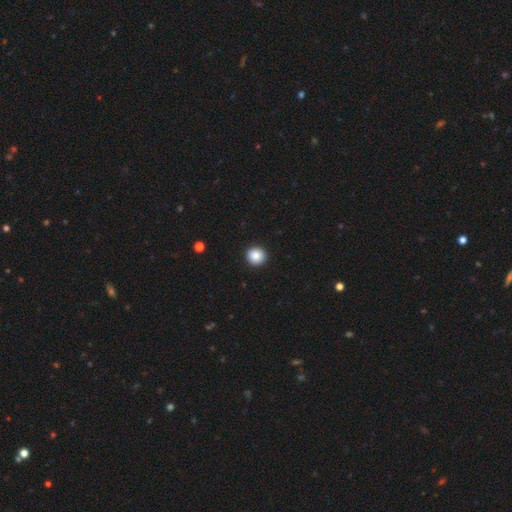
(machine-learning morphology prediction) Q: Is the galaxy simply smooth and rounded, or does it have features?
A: smooth — 88%.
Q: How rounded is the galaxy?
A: round — 93%.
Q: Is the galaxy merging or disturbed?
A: none — 93%.